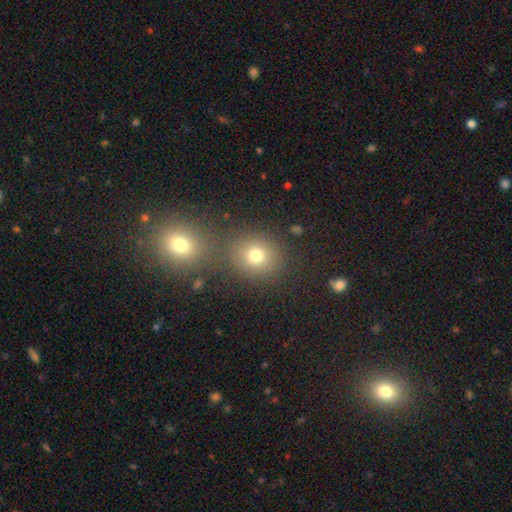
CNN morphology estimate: This is likely a smooth galaxy (74%). How rounded: likely round (76%). Merging: likely none (69%).